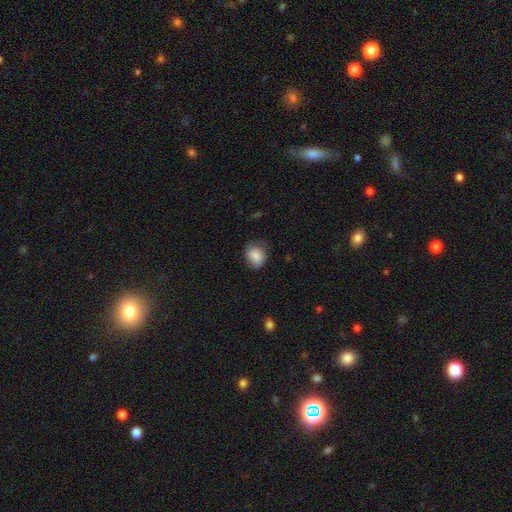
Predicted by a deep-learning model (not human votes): Overall: smooth (82%). How rounded: round (53%; in between 46%). Merging: none (64%; minor disturbance 27%).